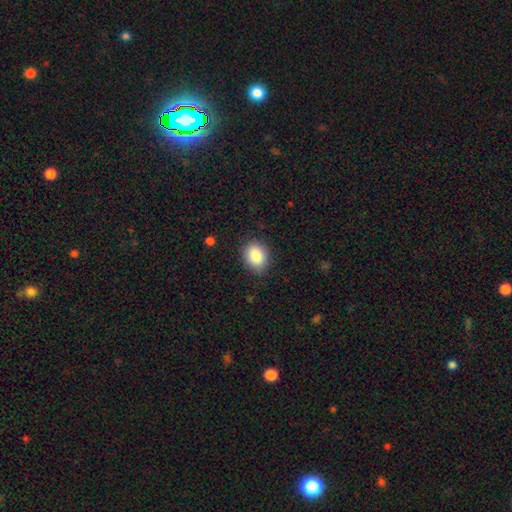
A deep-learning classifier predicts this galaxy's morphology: Smooth or featured? smooth (88%)
How rounded? in between (62%)
Merging? none (85%)